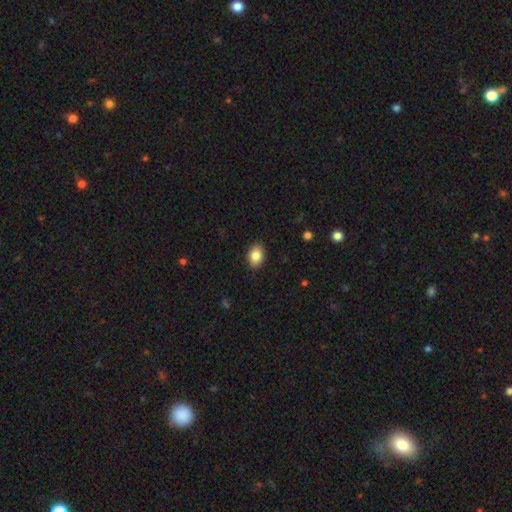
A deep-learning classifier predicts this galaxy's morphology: Smooth or featured: smooth — 86% (star or artifact — 8%)
How rounded: in between — 78% (round — 21%)
Merging: none — 88% (minor disturbance — 9%)